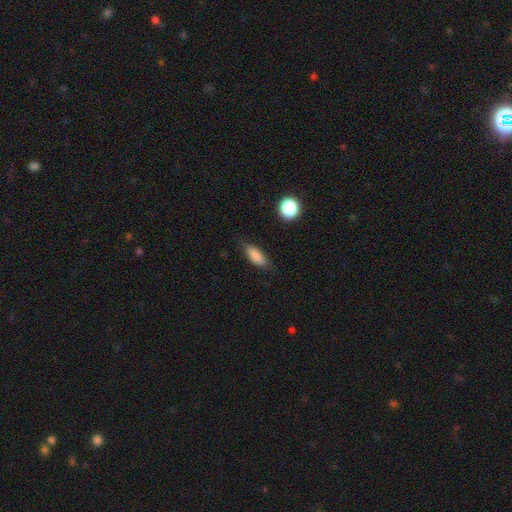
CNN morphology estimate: A smooth galaxy with no disk features (85%) that is in between round and cigar-shaped (72%). Merging: none (77%).